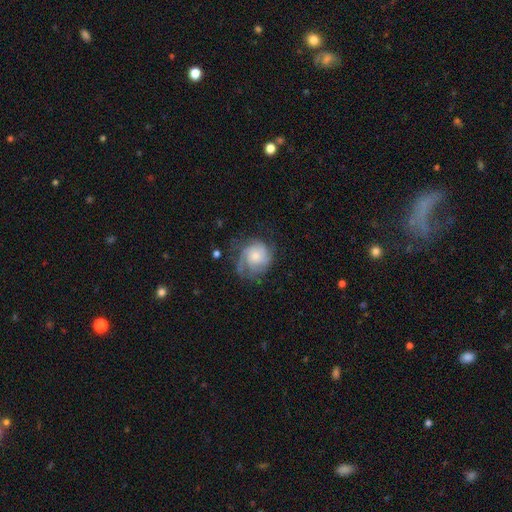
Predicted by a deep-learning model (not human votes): Smooth or featured? featured or disk (65%)
Edge-on disk? no (98%)
Bar? no (78%)
Spiral arms? yes (89%)
Spiral winding? tight (50%)
Spiral arm count? can't tell (35%)
Bulge size? moderate (42%)
Merging? none (58%)